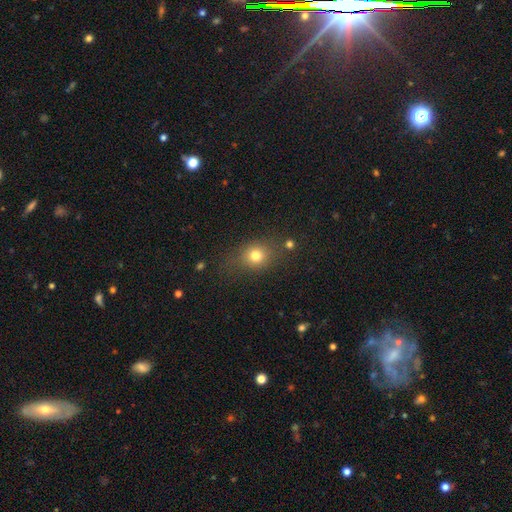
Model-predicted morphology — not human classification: Smooth or featured?
  - smooth: 76% *
  - star or artifact: 14%
  - featured or disk: 10%
How rounded?
  - round: 66% *
  - in between: 32%
  - cigar-shaped: 2%
Merging?
  - none: 70% *
  - minor disturbance: 18%
  - major disturbance: 8%
  - merger: 4%